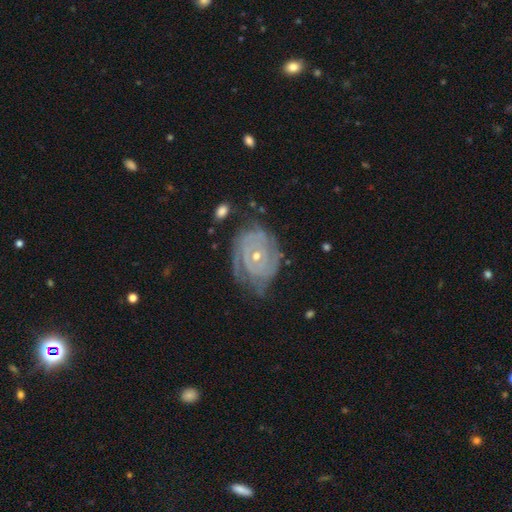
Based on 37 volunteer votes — Smooth or featured?
  - featured or disk: 92% *
  - smooth: 8%
  - star or artifact: 0%
Edge-on disk?
  - no: 100% *
  - yes: 0%
Bar?
  - no: 85% *
  - weak: 12%
  - strong: 3%
Spiral arms?
  - yes: 97% *
  - no: 3%
Spiral winding?
  - tight: 76% *
  - medium: 21%
  - loose: 3%
Spiral arm count?
  - can't tell: 33% *
  - 2: 30%
  - 3: 18%
  - 4: 15%
  - more than 4: 3%
  - 1: 0%
Bulge size?
  - moderate: 53% *
  - small: 41%
  - large: 3%
  - none: 3%
  - dominant: 0%
Merging?
  - none: 59% *
  - minor disturbance: 32%
  - merger: 5%
  - major disturbance: 3%